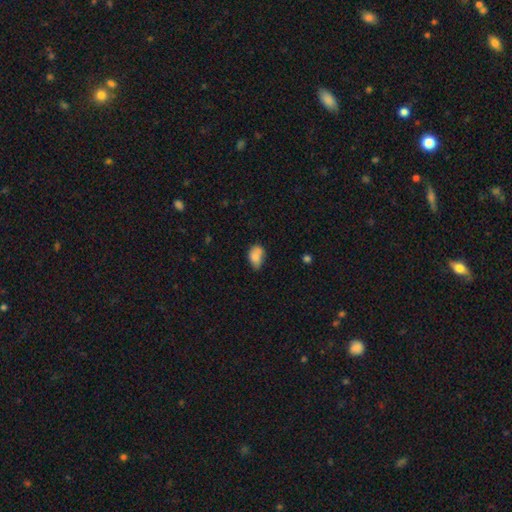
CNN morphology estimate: Smooth or featured? Predicted: smooth (p=0.79). How rounded? Predicted: in between (p=0.82). Merging? Predicted: none (p=0.41).